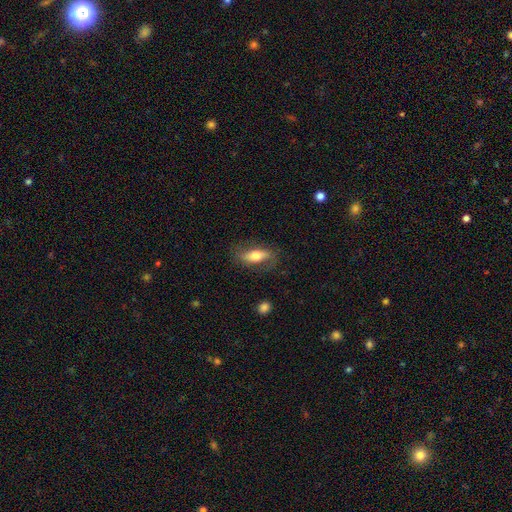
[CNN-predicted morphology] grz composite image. It shows a smooth galaxy with no disk features (55%) that is in between round and cigar-shaped (68%). Merging: none (73%).